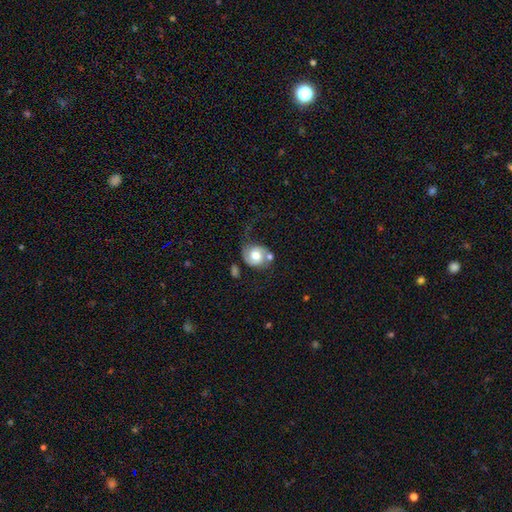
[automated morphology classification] A featured or disk galaxy (58%) with no bar (71%), spiral arms (86%) and a moderate central bulge (54%).

Vote fractions:
- Smooth or featured? featured or disk: 58% / smooth: 35% / star or artifact: 7%
- Edge-on disk? no: 97% / yes: 3%
- Bar? no: 71% / weak: 24% / strong: 5%
- Spiral arms? yes: 86% / no: 14%
- Bulge size? moderate: 54% / large: 32% / small: 8% / dominant: 4% / none: 2%
- Merging? none: 40% / minor disturbance: 24% / major disturbance: 21% / merger: 14%